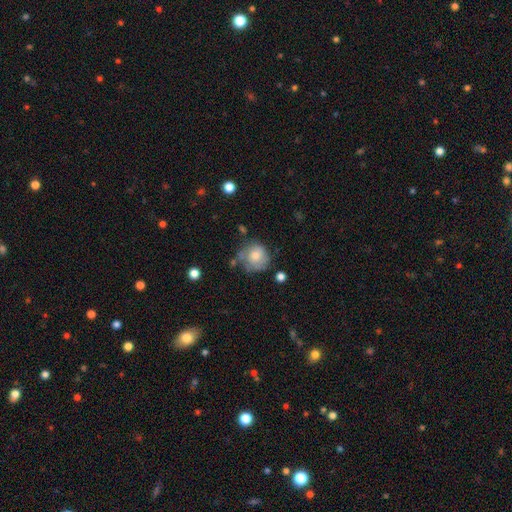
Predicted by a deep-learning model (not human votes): smooth 59%, featured or disk 33%, star or artifact 8%. Down the decision tree: how rounded — round (83%); merging — none (51%).